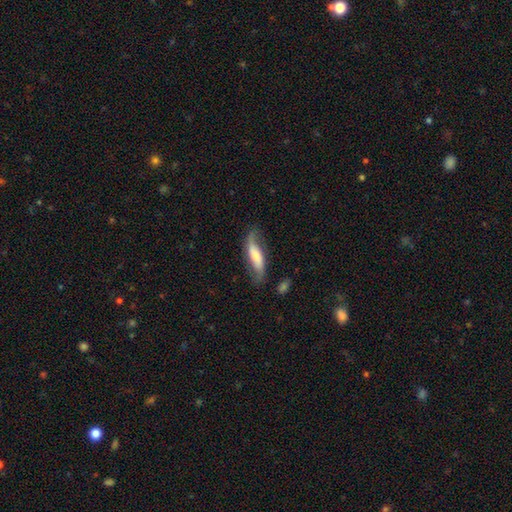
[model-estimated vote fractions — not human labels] Morphology: type=featured or disk (61%); edge-on=no (79%); merging=none (63%).